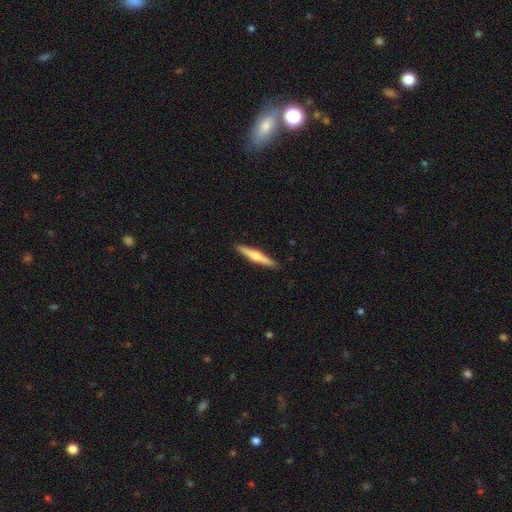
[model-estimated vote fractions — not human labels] Overall: featured or disk (62%; smooth 33%). Edge-on disk: yes (98%). Edge-on bulge: rounded (92%). Merging: none (92%).